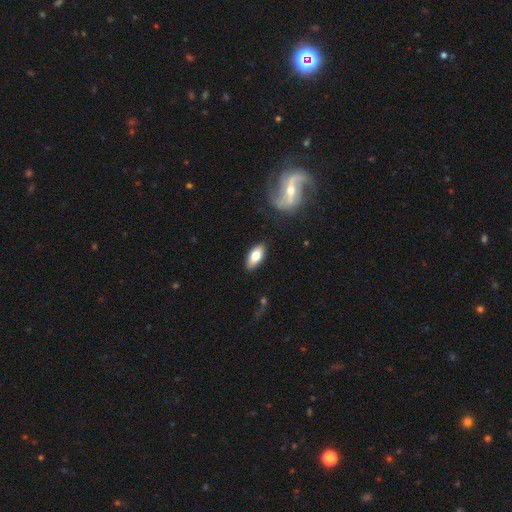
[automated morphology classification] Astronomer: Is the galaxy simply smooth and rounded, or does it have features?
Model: smooth — 72%.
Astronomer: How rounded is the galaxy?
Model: in between — 84%.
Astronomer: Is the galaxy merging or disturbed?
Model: none — 86%.